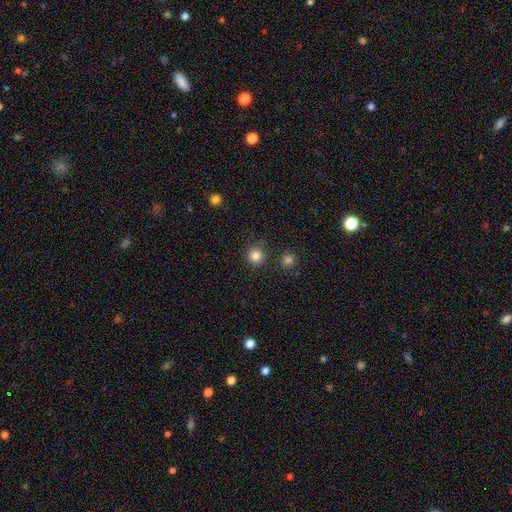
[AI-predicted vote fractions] Smooth or featured? smooth (83%)
How rounded? round (93%)
Merging? none (84%)